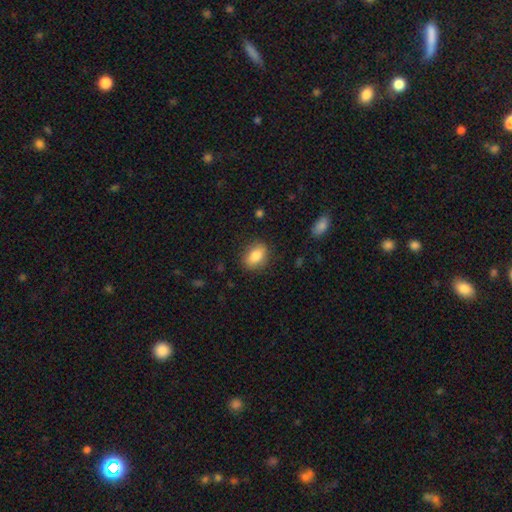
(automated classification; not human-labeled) Smooth or featured: smooth — 83% (featured or disk — 9%)
How rounded: in between — 78% (round — 20%)
Merging: none — 83% (minor disturbance — 12%)